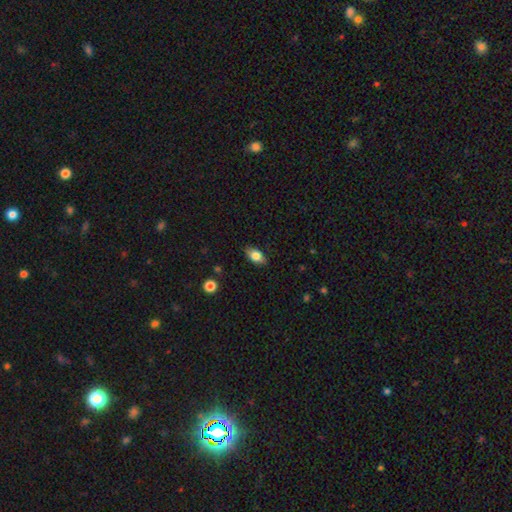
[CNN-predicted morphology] Smooth or featured: smooth — 77% (featured or disk — 15%)
How rounded: in between — 87% (round — 8%)
Merging: none — 85% (minor disturbance — 11%)